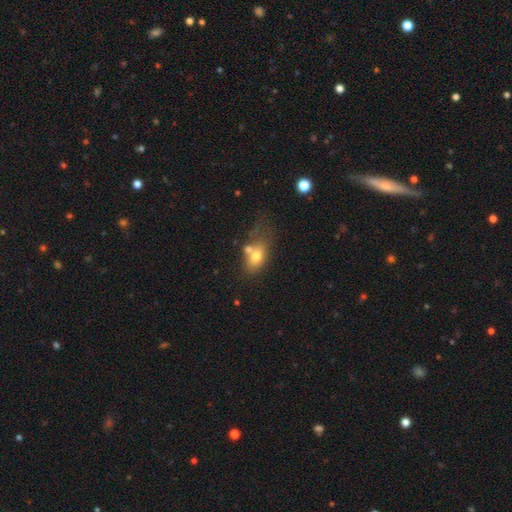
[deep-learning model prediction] This appears to be a smooth galaxy with no disk features (71%) that is in between round and cigar-shaped (80%). Merging: merger (34%).